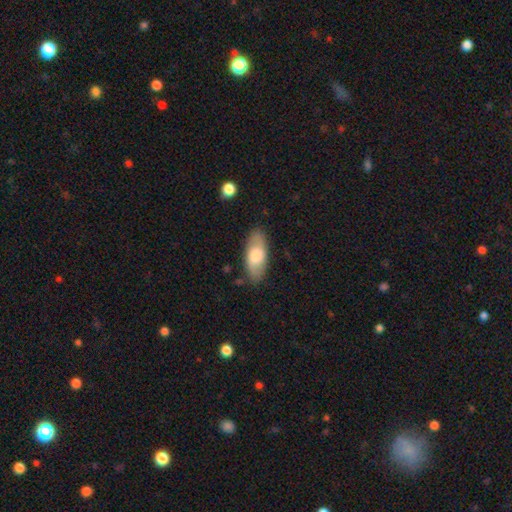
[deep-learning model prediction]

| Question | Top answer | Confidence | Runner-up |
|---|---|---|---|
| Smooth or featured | smooth | 69% | featured or disk (26%) |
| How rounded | in between | 86% | cigar-shaped (12%) |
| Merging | none | 82% | minor disturbance (13%) |